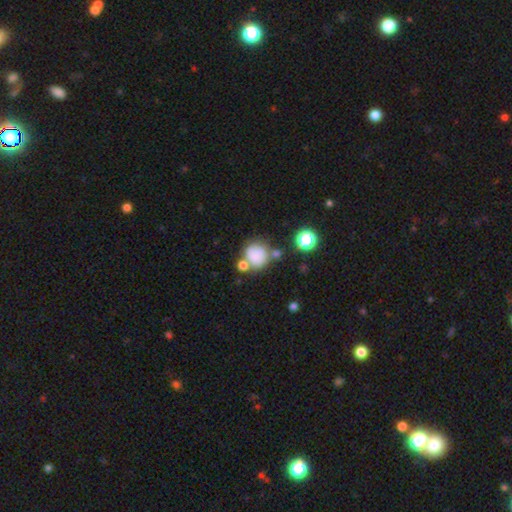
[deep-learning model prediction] Smooth or featured?
  - smooth: 72% *
  - featured or disk: 16%
  - star or artifact: 12%
How rounded?
  - round: 78% *
  - in between: 21%
  - cigar-shaped: 1%
Merging?
  - none: 45% *
  - merger: 28%
  - minor disturbance: 17%
  - major disturbance: 10%